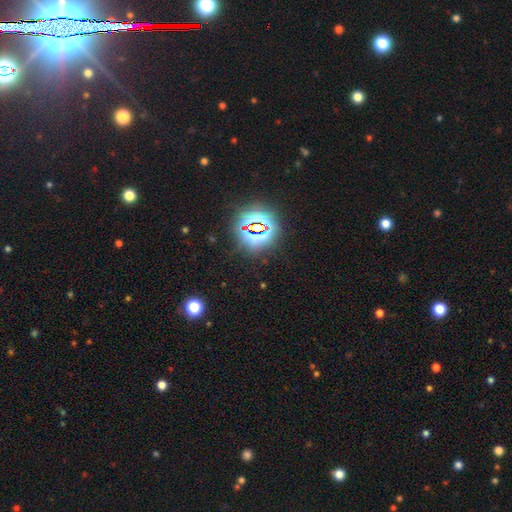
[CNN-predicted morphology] Overall: star or artifact (81%).